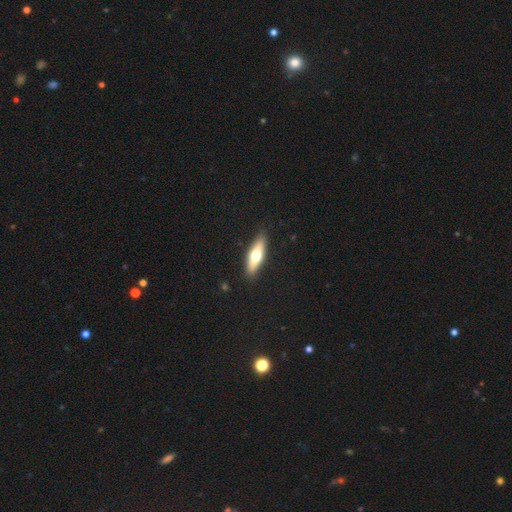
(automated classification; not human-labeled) Overall: smooth (56%; featured or disk 39%). How rounded: cigar-shaped (55%; in between 42%). Merging: none (88%).